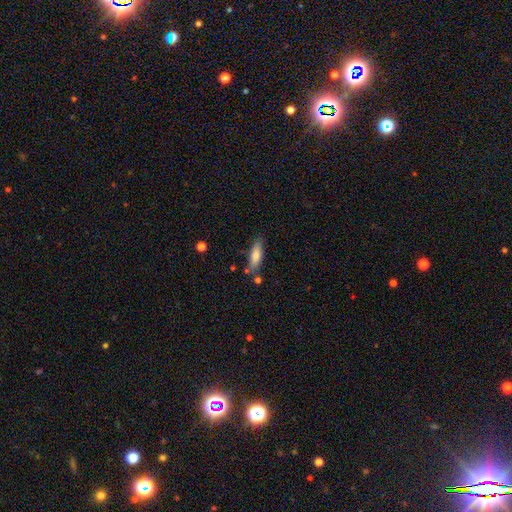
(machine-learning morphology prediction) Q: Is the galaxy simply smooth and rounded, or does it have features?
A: smooth — 76%.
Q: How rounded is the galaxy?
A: cigar-shaped — 52%.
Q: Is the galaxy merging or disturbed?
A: none — 74%.